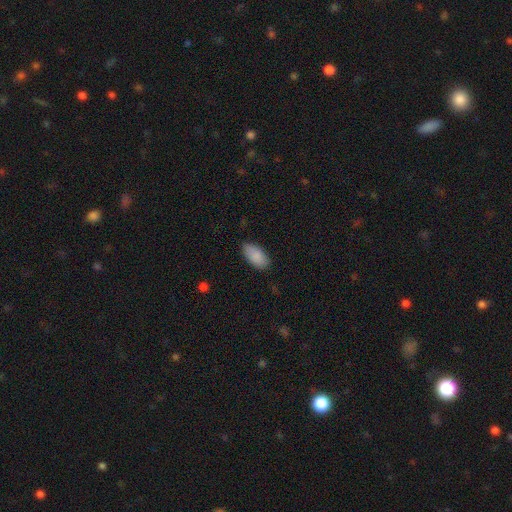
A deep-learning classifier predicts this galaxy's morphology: smooth 89%, star or artifact 6%, featured or disk 5%. Down the decision tree: how rounded — in between (94%); merging — none (82%).